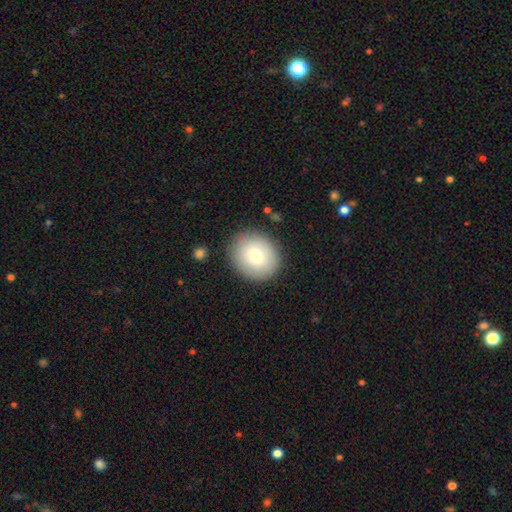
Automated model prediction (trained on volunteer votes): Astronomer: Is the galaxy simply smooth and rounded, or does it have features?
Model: smooth — 74%.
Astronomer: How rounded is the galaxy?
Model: round — 77%.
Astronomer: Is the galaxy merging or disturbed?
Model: none — 86%.